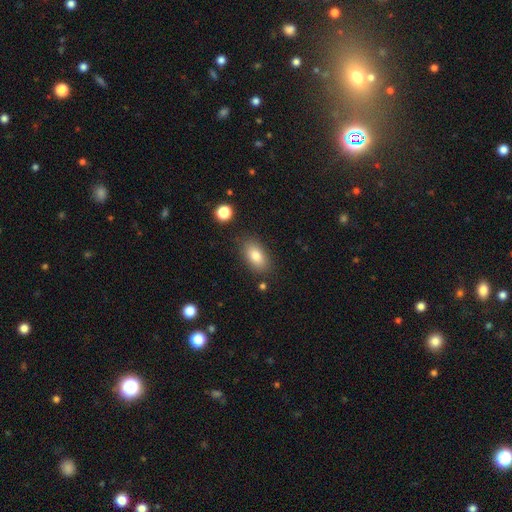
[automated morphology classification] Smooth or featured? smooth (83%)
How rounded? in between (90%)
Merging? none (83%)